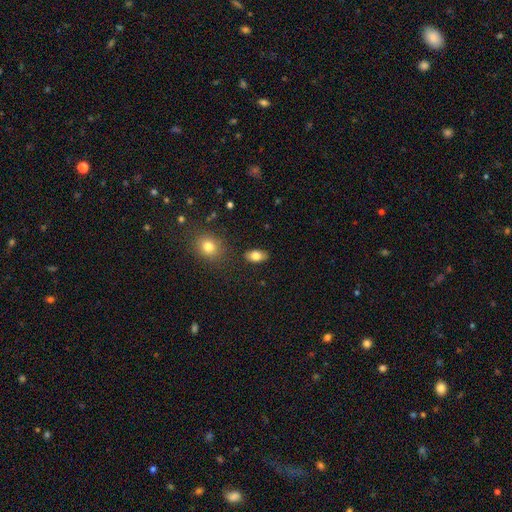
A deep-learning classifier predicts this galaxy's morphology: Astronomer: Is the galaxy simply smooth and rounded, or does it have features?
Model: smooth — 80%.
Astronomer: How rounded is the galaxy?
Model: in between — 90%.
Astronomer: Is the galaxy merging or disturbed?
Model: none — 85%.